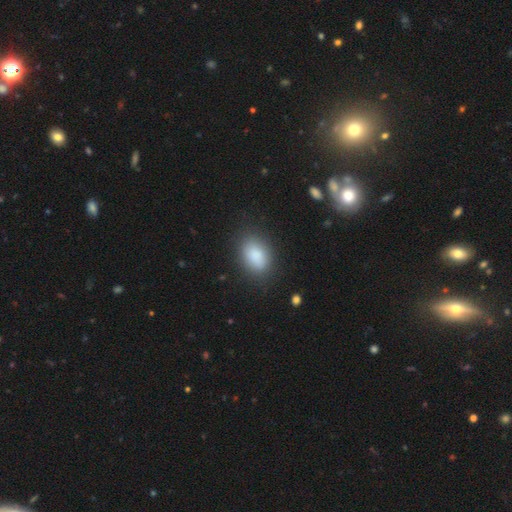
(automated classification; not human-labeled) Overall: smooth (86%). How rounded: in between (81%). Merging: none (80%).